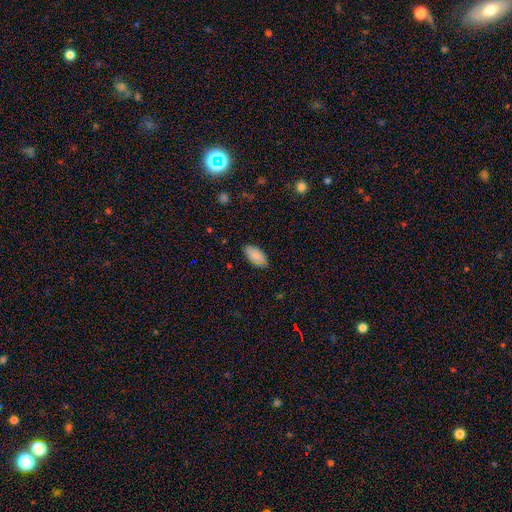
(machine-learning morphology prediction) Smooth or featured? Predicted: smooth (p=0.88). How rounded? Predicted: in between (p=0.94). Merging? Predicted: none (p=0.84).